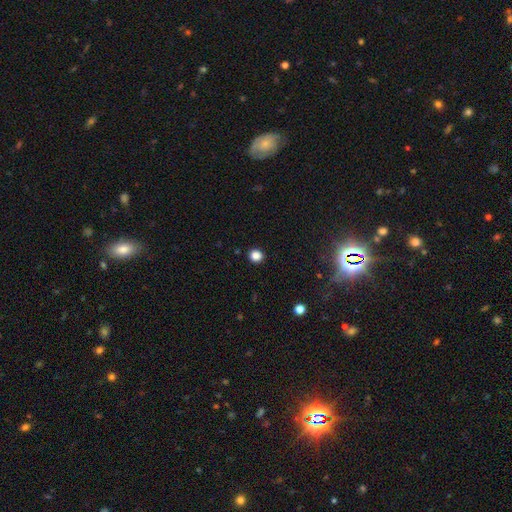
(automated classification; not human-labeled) Smooth or featured? Predicted: smooth (p=0.85). How rounded? Predicted: round (p=0.88). Merging? Predicted: none (p=0.93).